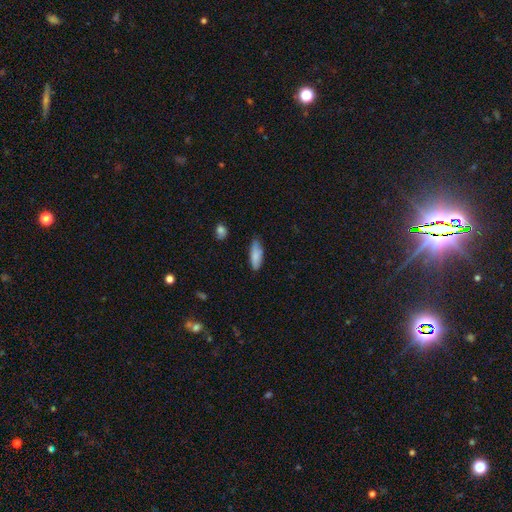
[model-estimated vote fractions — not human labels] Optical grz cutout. It shows a smooth galaxy with no disk features (85%) that is in between round and cigar-shaped (58%). Merging: none (79%).